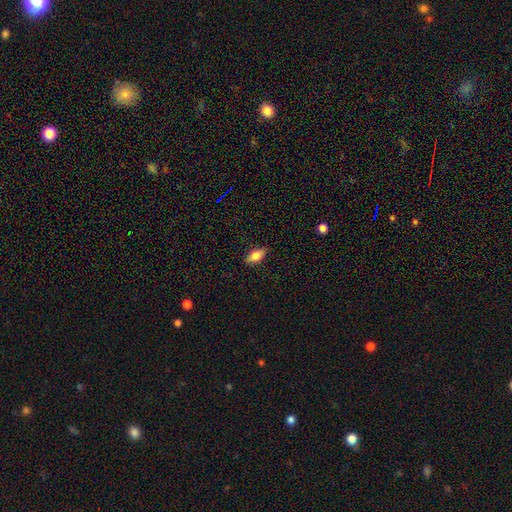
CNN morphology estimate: Q: Smooth or featured?
A: smooth (71%); runner-up: featured or disk (21%)
Q: How rounded?
A: in between (83%); runner-up: cigar-shaped (14%)
Q: Merging?
A: none (86%); runner-up: minor disturbance (10%)